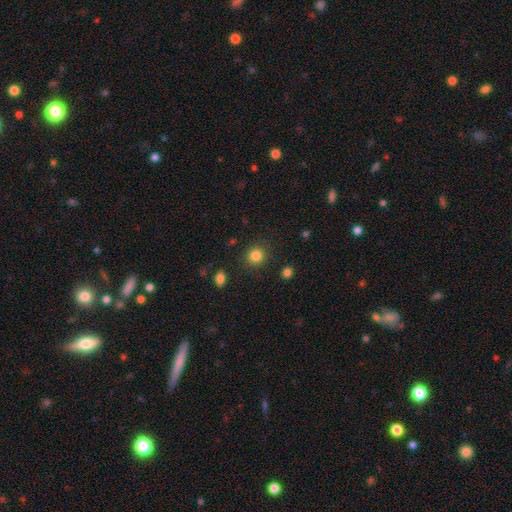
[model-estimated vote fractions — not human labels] This appears to be a smooth galaxy with no disk features (84%) that is round (88%). Merging: none (88%).